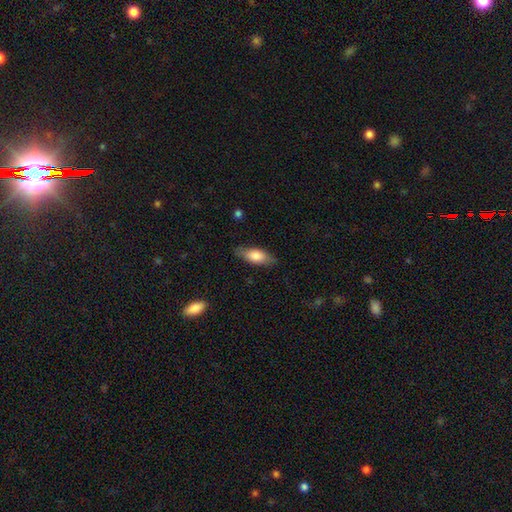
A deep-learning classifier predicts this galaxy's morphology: Smooth or featured? smooth (73%)
How rounded? in between (75%)
Merging? none (80%)